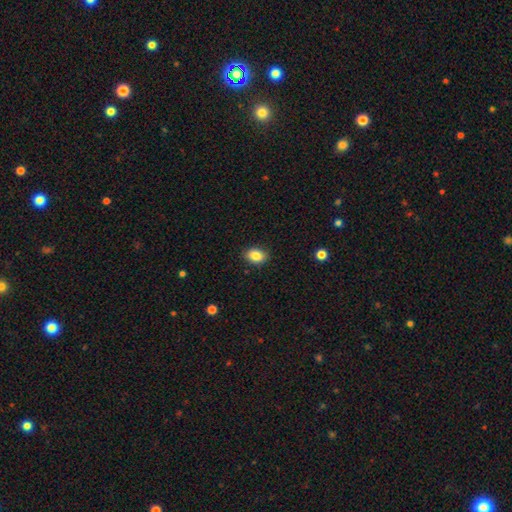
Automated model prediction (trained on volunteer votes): smooth 86%, star or artifact 9%, featured or disk 6%. Down the decision tree: how rounded — in between (76%); merging — none (88%).